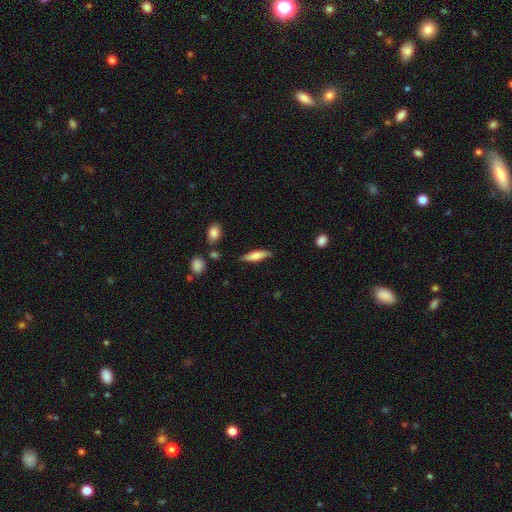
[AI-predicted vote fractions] A smooth galaxy with no disk features (64%) that is cigar-shaped (68%).

Vote fractions:
- Smooth or featured? smooth: 64% / featured or disk: 29% / star or artifact: 6%
- How rounded? cigar-shaped: 68% / in between: 30% / round: 2%
- Merging? none: 82% / minor disturbance: 14% / major disturbance: 3% / merger: 2%